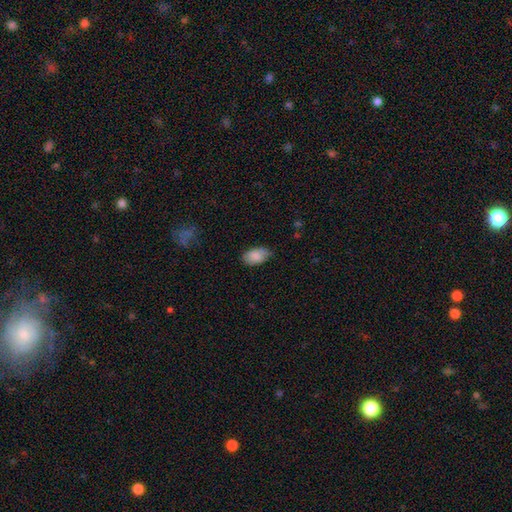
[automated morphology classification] Smooth or featured: smooth — 85% (featured or disk — 8%)
How rounded: in between — 93% (round — 5%)
Merging: none — 67% (minor disturbance — 27%)